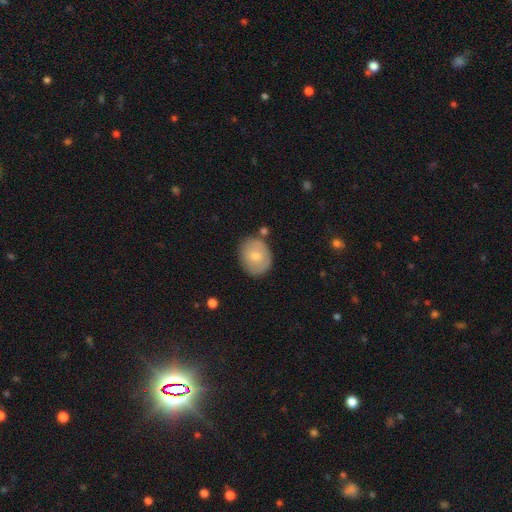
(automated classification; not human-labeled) Q: Smooth or featured?
A: smooth (69%); runner-up: featured or disk (24%)
Q: How rounded?
A: round (57%); runner-up: in between (42%)
Q: Merging?
A: none (73%); runner-up: minor disturbance (17%)